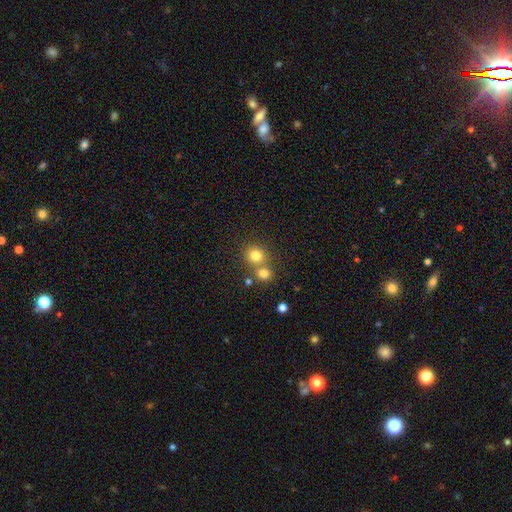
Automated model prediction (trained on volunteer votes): This appears to be a smooth galaxy with no disk features (78%) that is round (86%). Merging: none (55%).